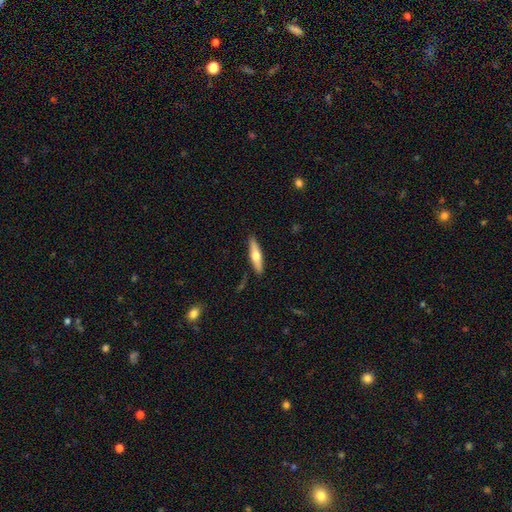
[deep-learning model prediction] Q: Smooth or featured?
A: smooth (49%); runner-up: featured or disk (45%)
Q: Merging?
A: none (88%); runner-up: minor disturbance (9%)